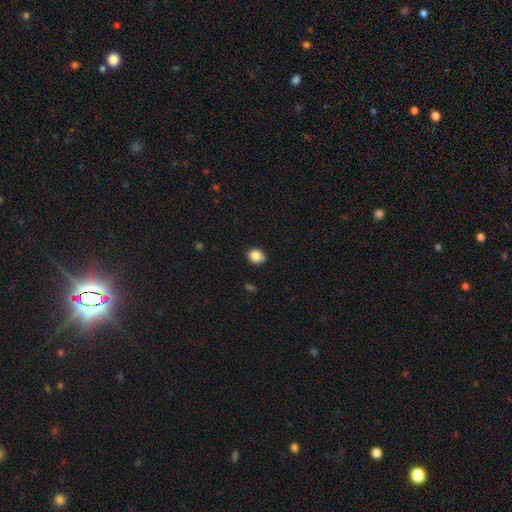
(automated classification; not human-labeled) Smooth or featured? Predicted: smooth (p=0.86). How rounded? Predicted: round (p=0.64). Merging? Predicted: none (p=0.77).